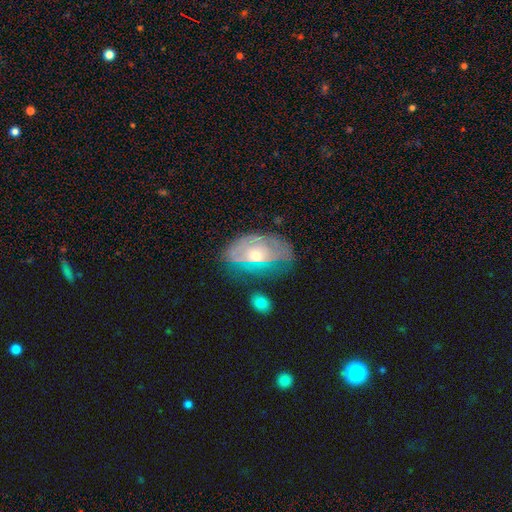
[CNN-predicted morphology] Smooth or featured? Predicted: featured or disk (p=0.63). Edge-on disk? Predicted: no (p=0.92). Bar? Predicted: no (p=0.74). Spiral arms? Predicted: yes (p=0.57). Bulge size? Predicted: moderate (p=0.51). Merging? Predicted: none (p=0.52).